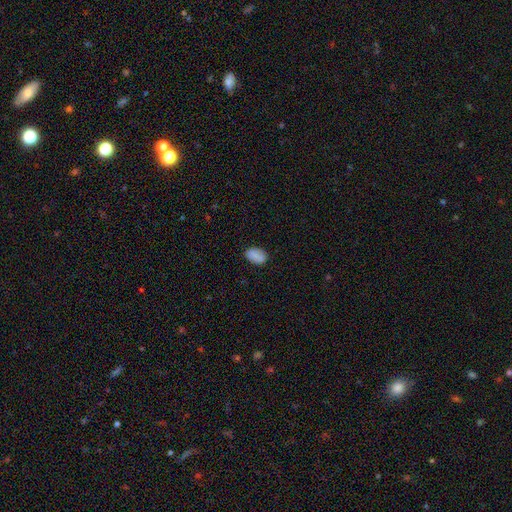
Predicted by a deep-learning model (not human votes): Overall: smooth (85%). How rounded: in between (87%). Merging: none (84%).